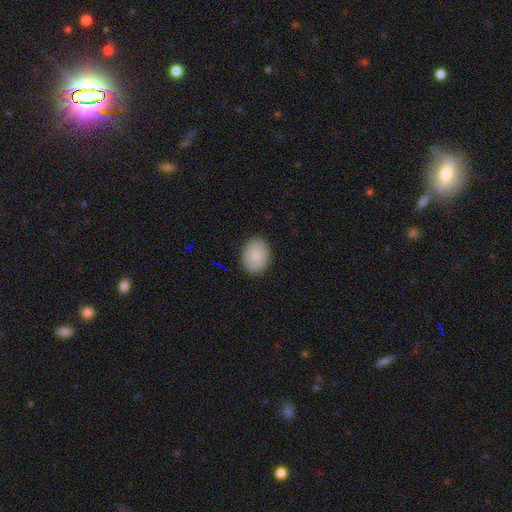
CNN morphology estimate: smooth_or_featured: smooth (p=0.86) [alt: star or artifact p=0.07]
how_rounded: in between (p=0.58) [alt: round p=0.41]
merging: none (p=0.89) [alt: minor disturbance p=0.08]